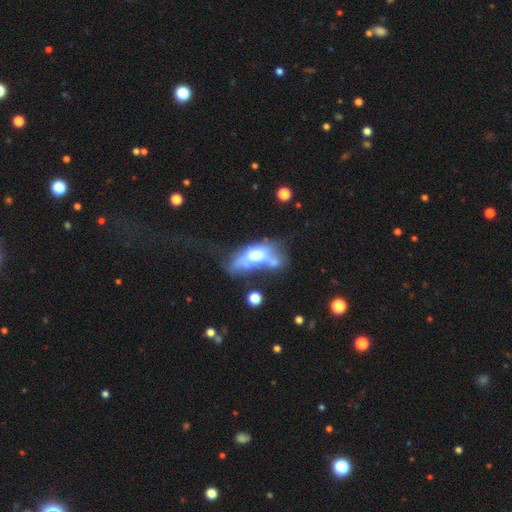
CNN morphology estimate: Overall: smooth (46%; featured or disk 44%). Merging: major disturbance (32%; merger 31%).